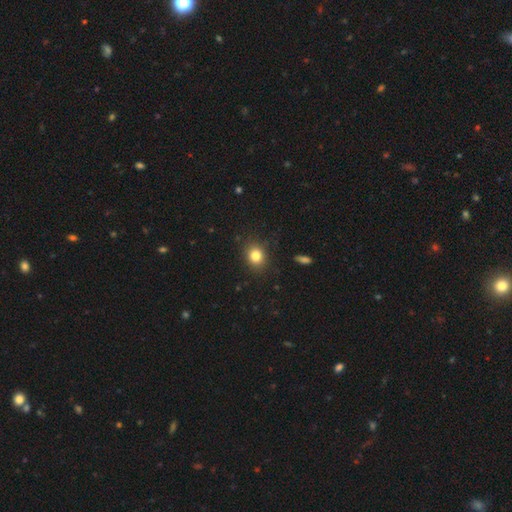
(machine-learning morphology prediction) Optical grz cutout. It shows a smooth galaxy with no disk features (82%) that is round (63%). Merging: none (87%).